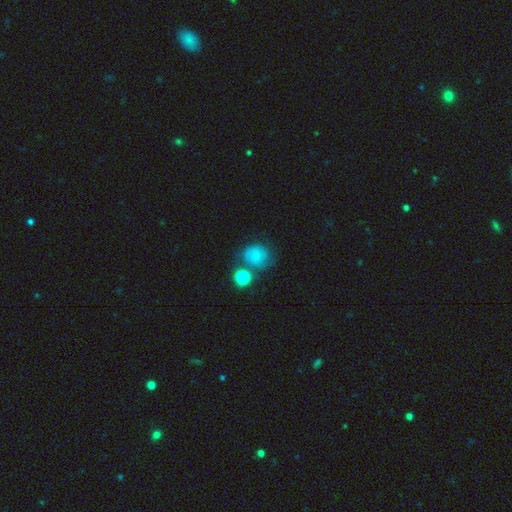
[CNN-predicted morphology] A smooth galaxy with no disk features (58%) that is round (73%). Merging: none (50%).